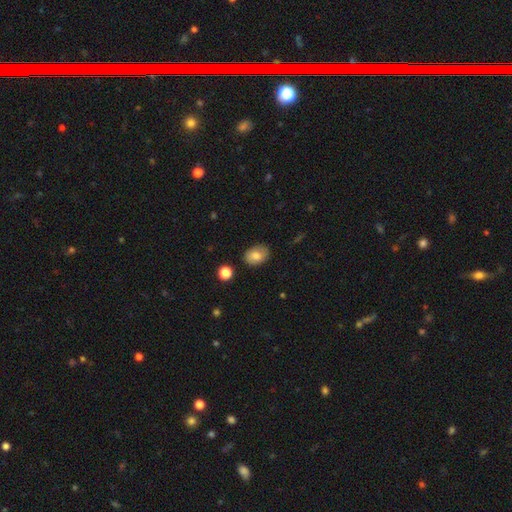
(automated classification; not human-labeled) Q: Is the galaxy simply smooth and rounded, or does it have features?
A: smooth — 78%.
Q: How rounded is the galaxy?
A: in between — 74%.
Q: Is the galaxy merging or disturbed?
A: none — 80%.